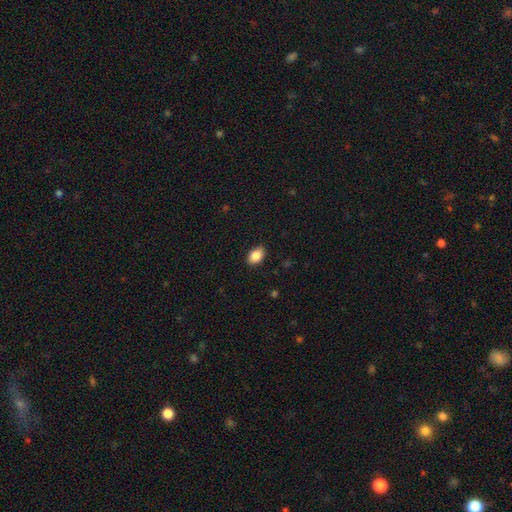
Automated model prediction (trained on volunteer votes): Smooth or featured: smooth — 87% (star or artifact — 8%)
How rounded: in between — 83% (round — 15%)
Merging: none — 87% (minor disturbance — 10%)